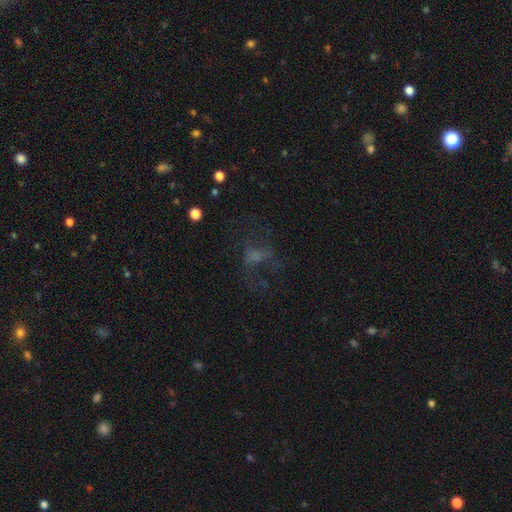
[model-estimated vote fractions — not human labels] Morphology: type=smooth (38%); merging=none (44%).